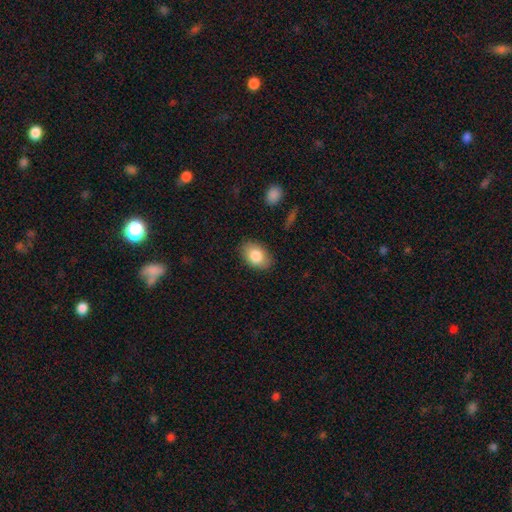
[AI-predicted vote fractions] smooth-or-featured: smooth: 84% | featured or disk: 9% | star or artifact: 7%
  how-rounded: in between: 84% | round: 15% | cigar-shaped: 1%
  merging: none: 85% | minor disturbance: 11% | major disturbance: 3% | merger: 1%